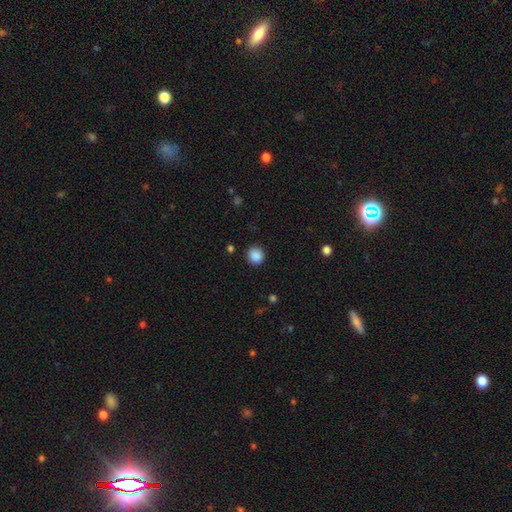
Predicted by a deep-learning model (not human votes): Overall: smooth (88%). How rounded: round (91%). Merging: none (90%).